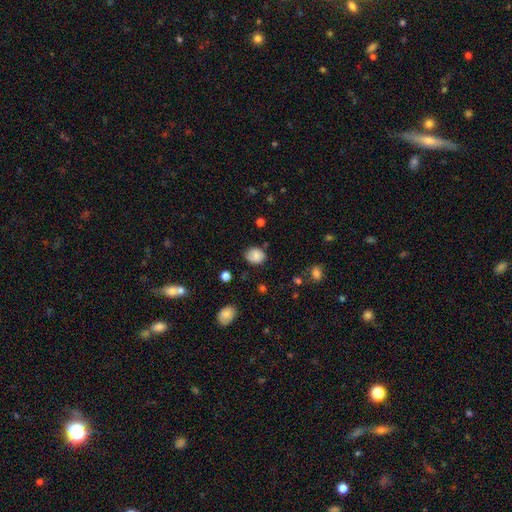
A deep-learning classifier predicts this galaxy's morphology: Smooth or featured? smooth (79%)
How rounded? round (52%)
Merging? none (76%)